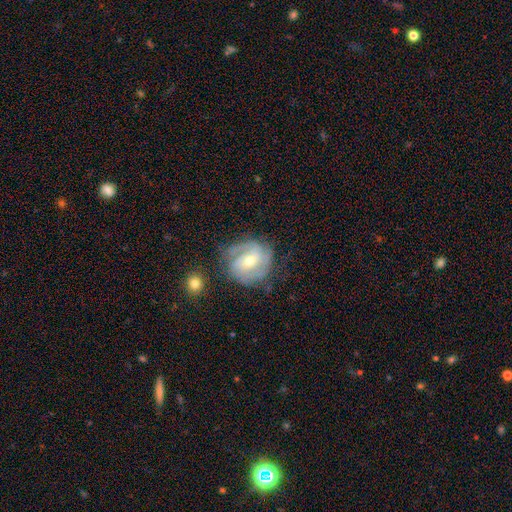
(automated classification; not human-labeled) This appears to be a featured or disk galaxy (79%) with a weak bar (45%), 2 (49%) tight (58%) spiral arms (93%) and a moderate central bulge (59%). Merging: none (76%).